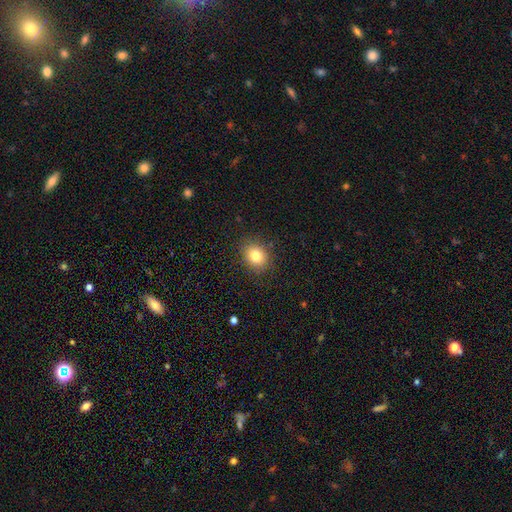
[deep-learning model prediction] smooth_or_featured: smooth (p=0.82) [alt: star or artifact p=0.11]
how_rounded: round (p=0.59) [alt: in between p=0.40]
merging: none (p=0.86) [alt: minor disturbance p=0.10]